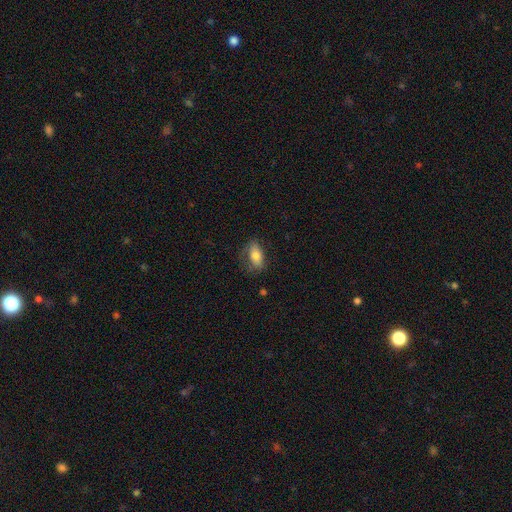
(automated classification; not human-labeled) The model was most divided on "merging": none: 63%, minor disturbance: 24%, major disturbance: 12%, merger: 2%. More confident: how rounded — in between (84%); smooth or featured — smooth (76%).